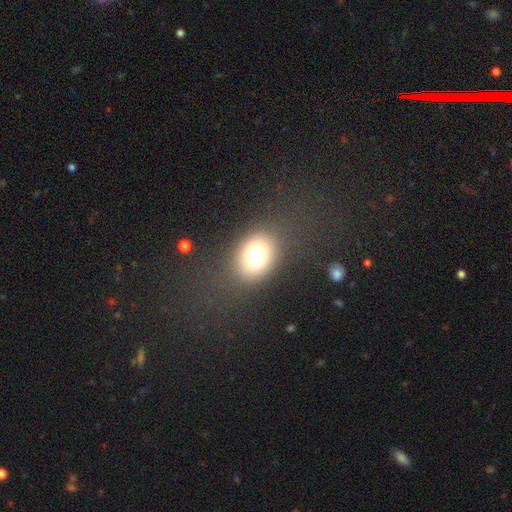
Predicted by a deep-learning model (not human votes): The model was most divided on "how rounded": in between: 55%, round: 43%, cigar-shaped: 1%. More confident: merging — none (81%); smooth or featured — smooth (73%).